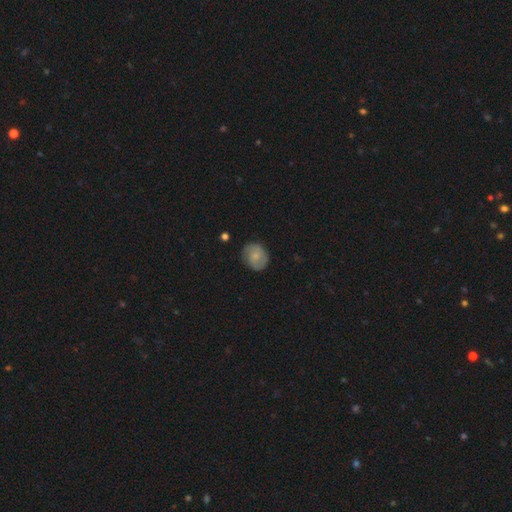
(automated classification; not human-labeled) Smooth or featured: smooth — 58% (featured or disk — 34%)
How rounded: round — 70% (in between — 29%)
Merging: none — 78% (minor disturbance — 17%)